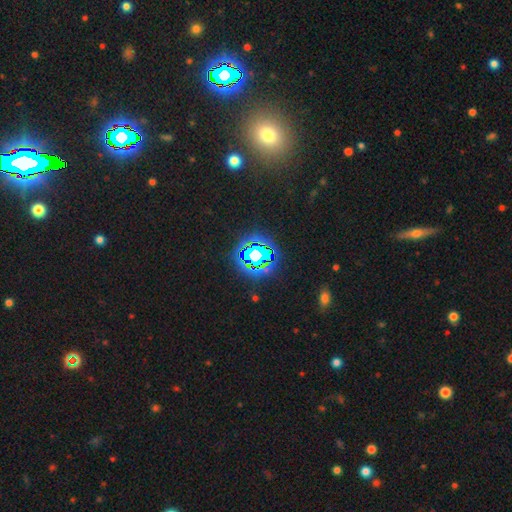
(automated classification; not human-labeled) The model was most divided on "smooth or featured": star or artifact: 70%, smooth: 17%, featured or disk: 13%.